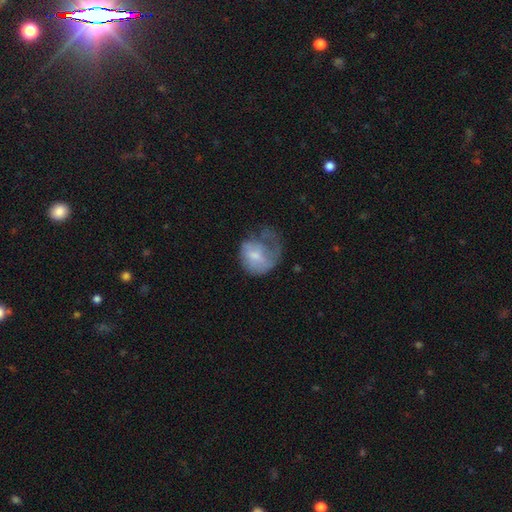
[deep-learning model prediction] This appears to be a smooth galaxy with no disk features (52%) that is round (59%). Merging: major disturbance (53%).